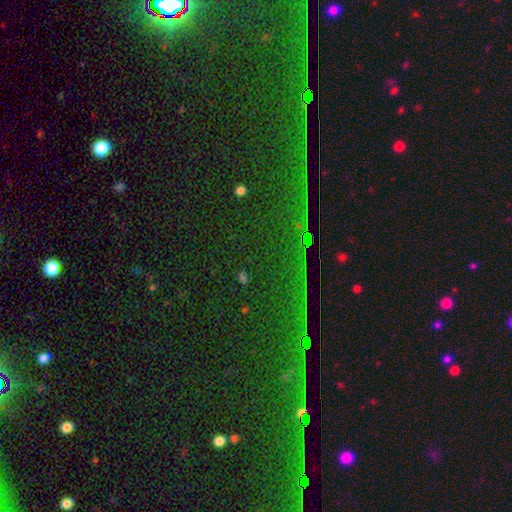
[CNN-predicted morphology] Smooth or featured: star or artifact — 81% (smooth — 11%)